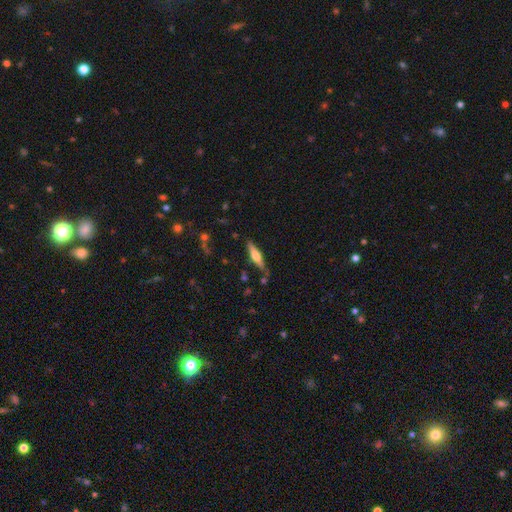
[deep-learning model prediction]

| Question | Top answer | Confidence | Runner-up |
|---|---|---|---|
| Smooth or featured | featured or disk | 52% | smooth (42%) |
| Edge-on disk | yes | 94% | no (6%) |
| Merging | none | 73% | minor disturbance (18%) |